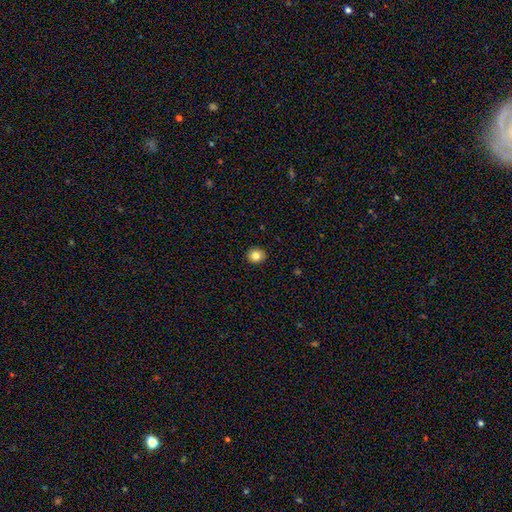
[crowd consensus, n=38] Volunteers were most divided on "how rounded": round: 70%, in between: 30%, cigar-shaped: 0%. More confident: merging — none (91%); smooth or featured — smooth (79%).